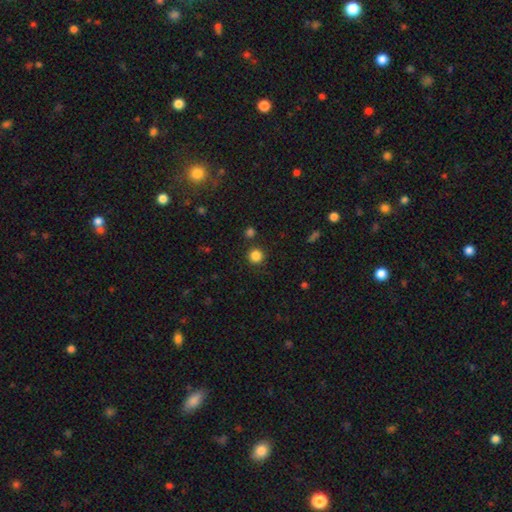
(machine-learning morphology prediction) type=smooth (84%); roundness=round (95%); merging=none (88%).